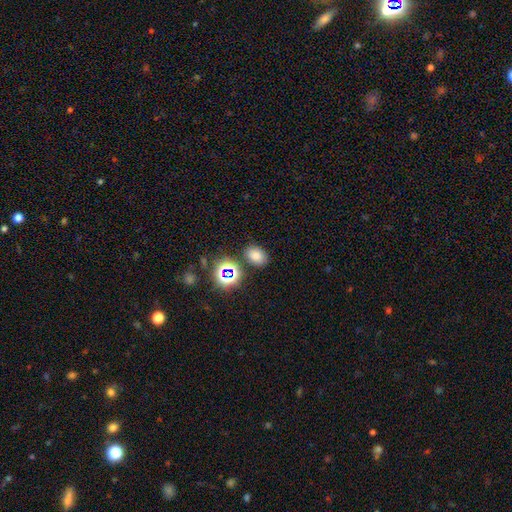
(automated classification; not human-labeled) A smooth galaxy with no disk features (73%) that is in between round and cigar-shaped (75%).

Vote fractions:
- Smooth or featured? smooth: 73% / star or artifact: 20% / featured or disk: 7%
- How rounded? in between: 75% / round: 24% / cigar-shaped: 1%
- Merging? none: 80% / minor disturbance: 11% / merger: 6% / major disturbance: 4%